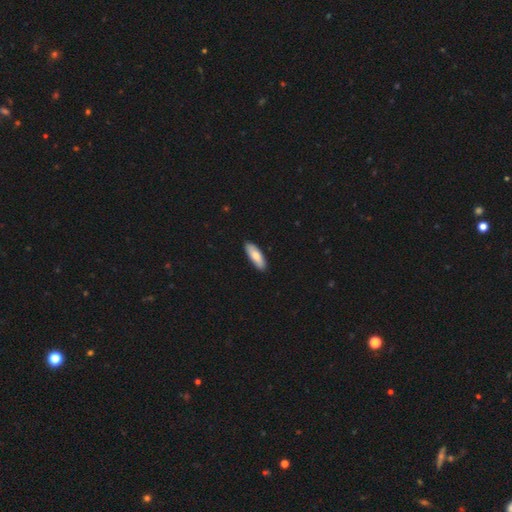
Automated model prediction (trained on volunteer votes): Smooth or featured? smooth (80%)
How rounded? in between (57%)
Merging? none (89%)